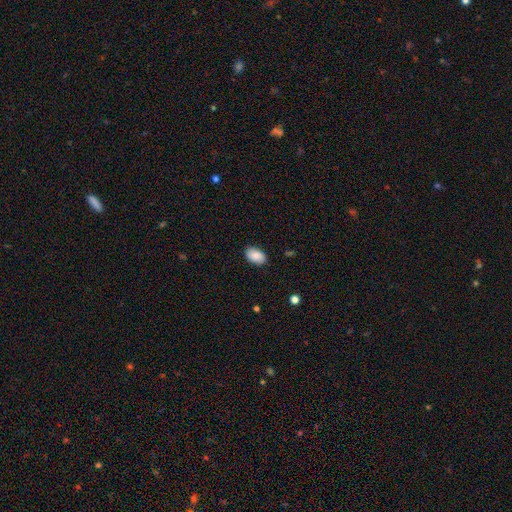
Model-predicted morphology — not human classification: Overall: smooth (84%). How rounded: in between (91%). Merging: none (86%).